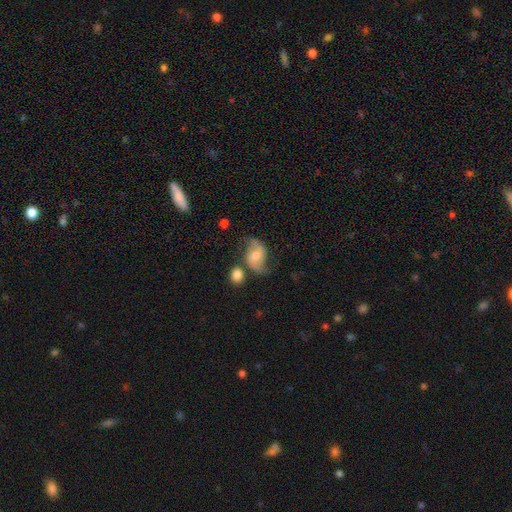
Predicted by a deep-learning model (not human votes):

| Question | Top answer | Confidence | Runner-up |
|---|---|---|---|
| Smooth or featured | featured or disk | 53% | smooth (39%) |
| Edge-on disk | no | 96% | yes (4%) |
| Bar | no | 55% | weak (35%) |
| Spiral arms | yes | 81% | no (19%) |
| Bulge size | moderate | 60% | small (26%) |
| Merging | none | 52% | minor disturbance (25%) |